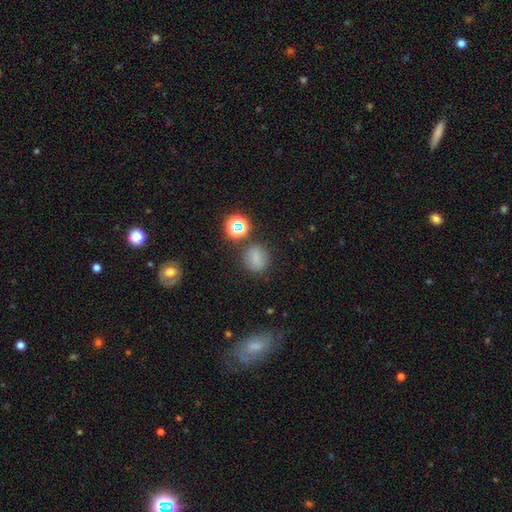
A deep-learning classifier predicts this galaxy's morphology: Overall: smooth (72%). How rounded: round (83%). Merging: none (81%).